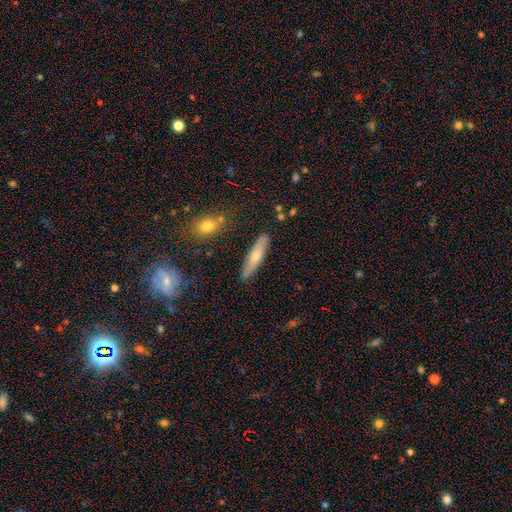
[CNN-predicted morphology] Smooth or featured?
  - smooth: 60% *
  - featured or disk: 33%
  - star or artifact: 7%
How rounded?
  - cigar-shaped: 79% *
  - in between: 19%
  - round: 2%
Merging?
  - none: 85% *
  - minor disturbance: 11%
  - merger: 2%
  - major disturbance: 2%